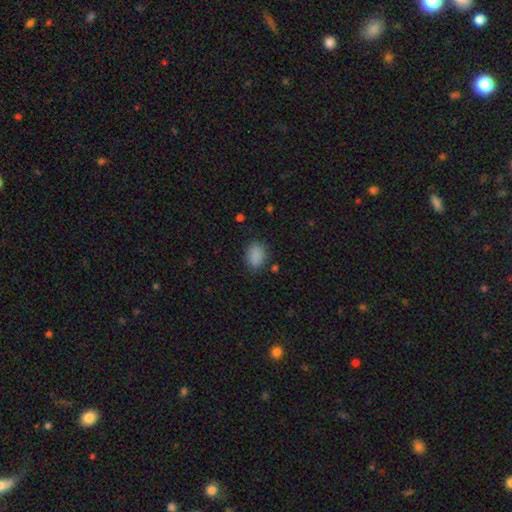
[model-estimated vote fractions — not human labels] Smooth or featured? Predicted: smooth (p=0.87). How rounded? Predicted: in between (p=0.78). Merging? Predicted: none (p=0.79).